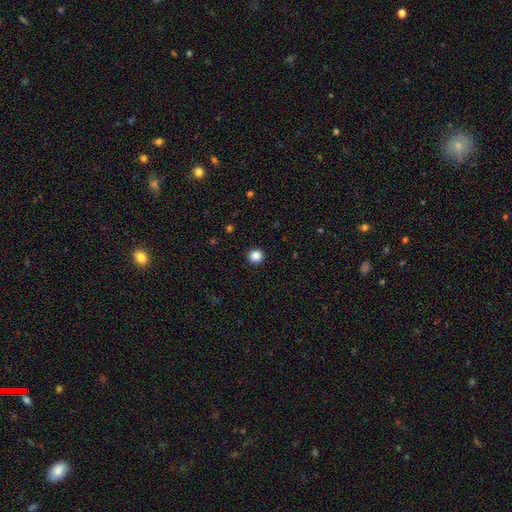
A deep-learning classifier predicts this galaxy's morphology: smooth 87%, star or artifact 11%, featured or disk 3%. Down the decision tree: how rounded — round (95%); merging — none (93%).